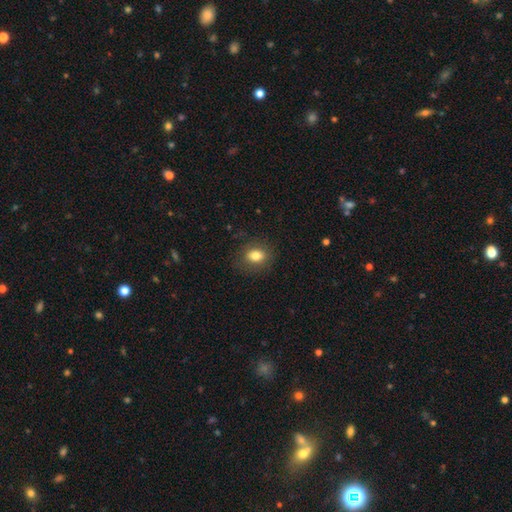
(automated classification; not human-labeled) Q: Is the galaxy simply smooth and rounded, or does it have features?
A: smooth — 81%.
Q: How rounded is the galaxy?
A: in between — 56%.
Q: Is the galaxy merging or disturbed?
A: none — 84%.